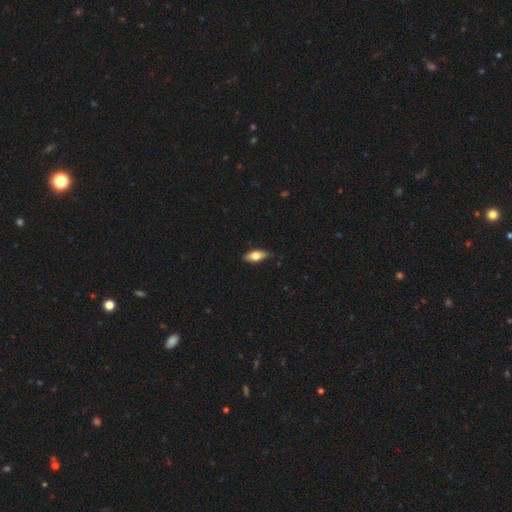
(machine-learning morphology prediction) type=smooth (74%); roundness=in between (83%); merging=none (84%).